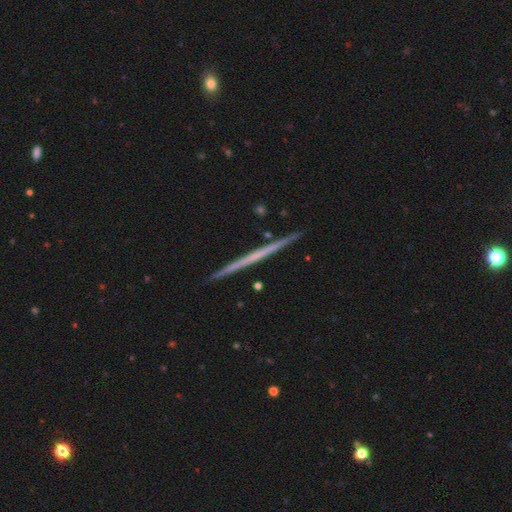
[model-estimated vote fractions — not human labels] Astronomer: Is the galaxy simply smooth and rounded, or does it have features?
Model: featured or disk — 61%.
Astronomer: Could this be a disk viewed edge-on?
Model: yes — 98%.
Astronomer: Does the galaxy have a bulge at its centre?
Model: none — 93%.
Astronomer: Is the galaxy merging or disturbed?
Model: none — 92%.